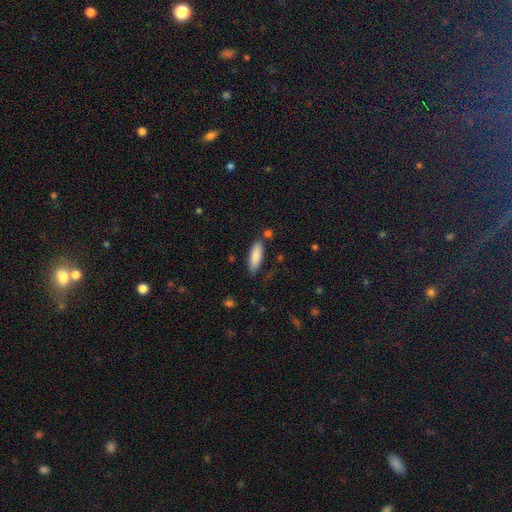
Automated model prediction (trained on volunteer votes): smooth_or_featured: smooth (p=0.86) [alt: featured or disk p=0.09]
how_rounded: in between (p=0.55) [alt: cigar-shaped p=0.43]
merging: none (p=0.78) [alt: minor disturbance p=0.14]